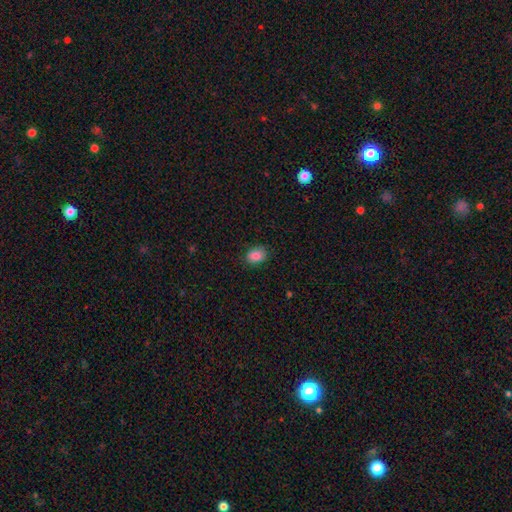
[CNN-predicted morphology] Smooth or featured?
  - smooth: 86% *
  - star or artifact: 9%
  - featured or disk: 5%
How rounded?
  - in between: 70% *
  - round: 29%
  - cigar-shaped: 1%
Merging?
  - none: 84% *
  - minor disturbance: 13%
  - major disturbance: 3%
  - merger: 1%